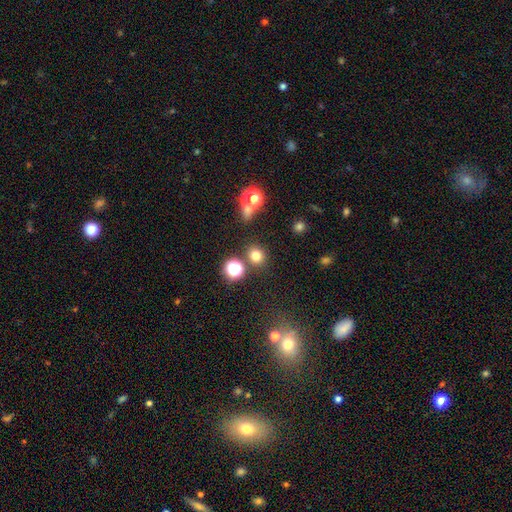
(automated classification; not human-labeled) This appears to be a smooth galaxy with no disk features (76%) that is round (83%). Merging: none (80%).